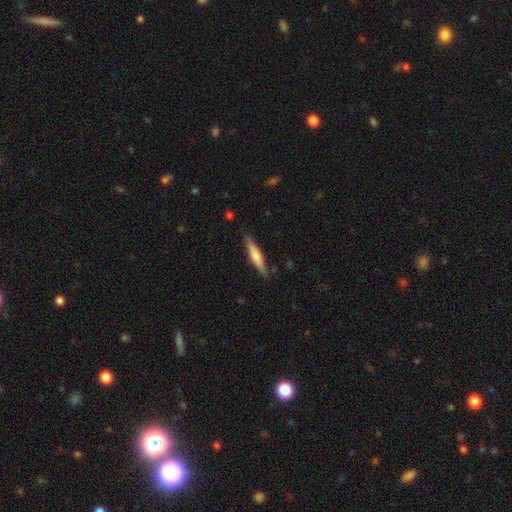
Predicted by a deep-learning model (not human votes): smooth_or_featured: smooth (p=0.62) [alt: featured or disk p=0.32]
how_rounded: cigar-shaped (p=0.87) [alt: in between p=0.11]
merging: none (p=0.86) [alt: minor disturbance p=0.10]